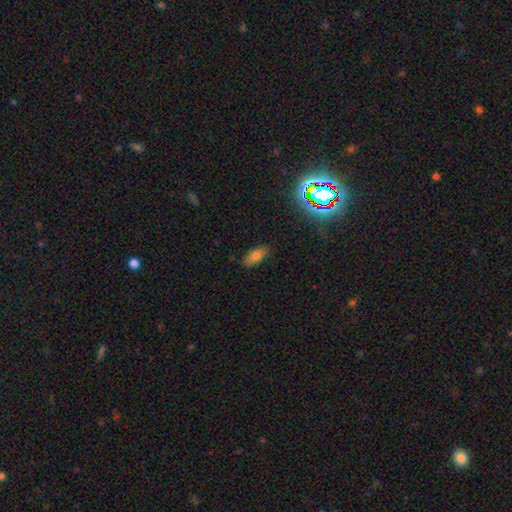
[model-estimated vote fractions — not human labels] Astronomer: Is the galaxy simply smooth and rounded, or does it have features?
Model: smooth — 79%.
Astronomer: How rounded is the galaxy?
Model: in between — 83%.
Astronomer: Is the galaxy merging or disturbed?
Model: none — 84%.